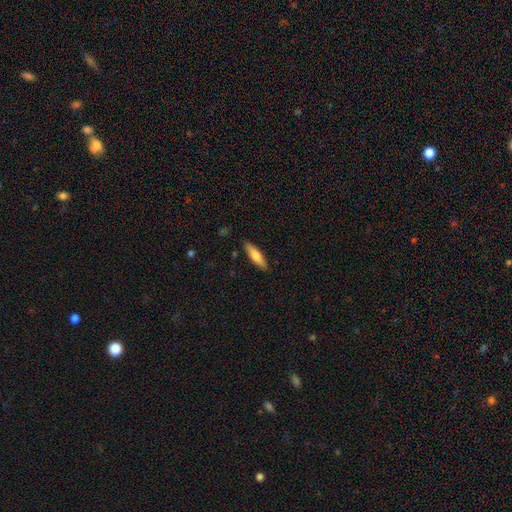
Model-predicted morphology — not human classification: A smooth galaxy with no disk features (69%) that is cigar-shaped (68%). Merging: none (88%).